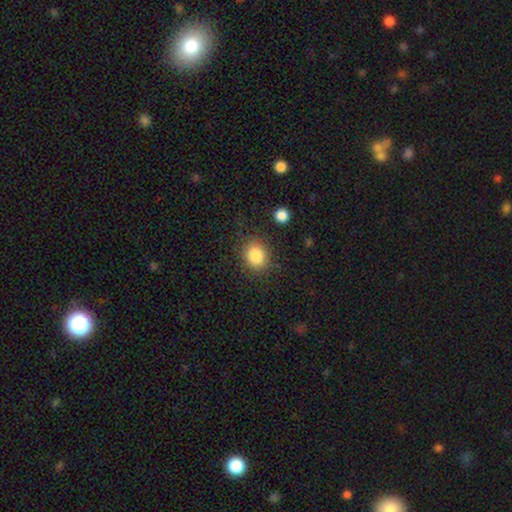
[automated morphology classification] smooth_or_featured: smooth (p=0.85) [alt: star or artifact p=0.10]
how_rounded: round (p=0.69) [alt: in between p=0.30]
merging: none (p=0.82) [alt: minor disturbance p=0.11]